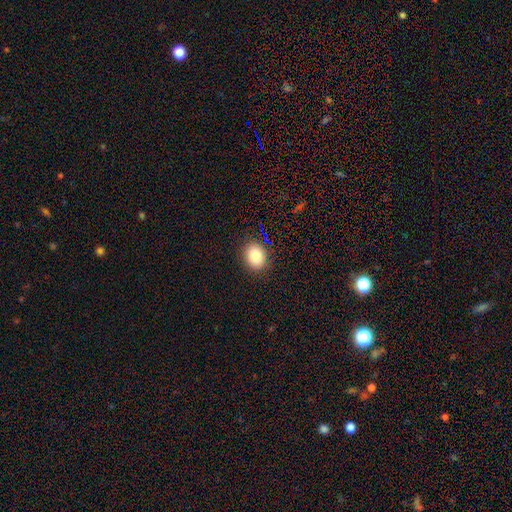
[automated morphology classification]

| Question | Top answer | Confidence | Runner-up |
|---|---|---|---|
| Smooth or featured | smooth | 83% | star or artifact (10%) |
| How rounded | round | 53% | in between (46%) |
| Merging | none | 88% | minor disturbance (8%) |